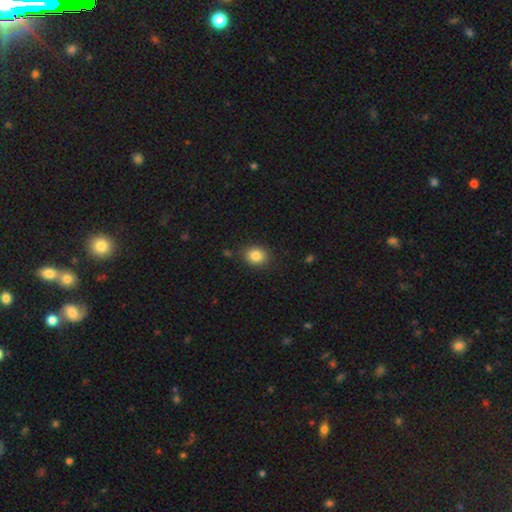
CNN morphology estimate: Smooth or featured? smooth (85%)
How rounded? round (63%)
Merging? none (86%)